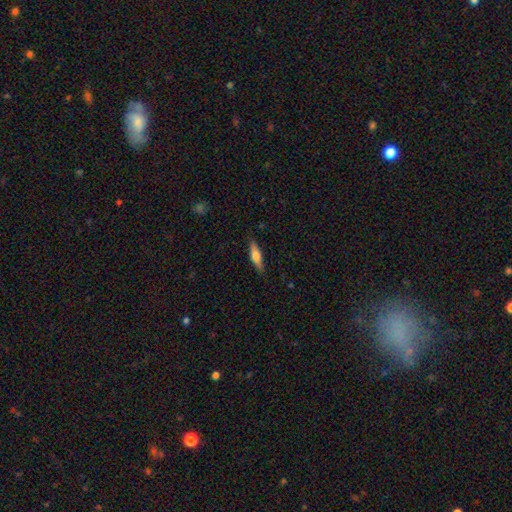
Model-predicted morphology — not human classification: Smooth or featured? smooth (47%, tied with featured or disk)
Merging? none (87%)